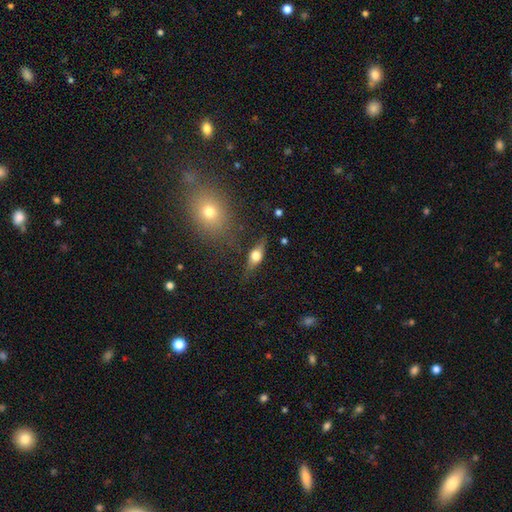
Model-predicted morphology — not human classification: A smooth galaxy with no disk features (50%). Merging: none (75%).